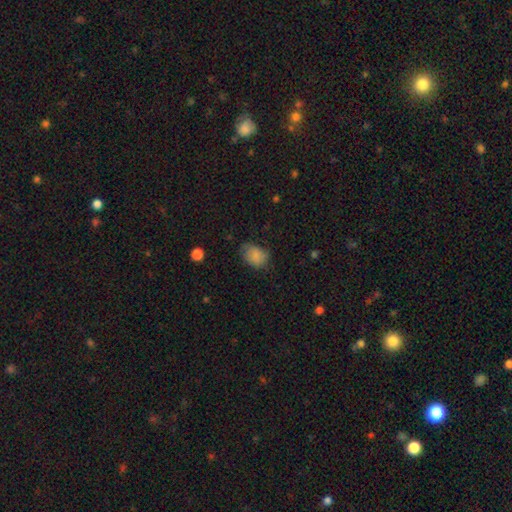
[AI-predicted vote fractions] This is clearly a smooth galaxy (81%). How rounded: likely in between (71%). Merging: possibly none (60%).